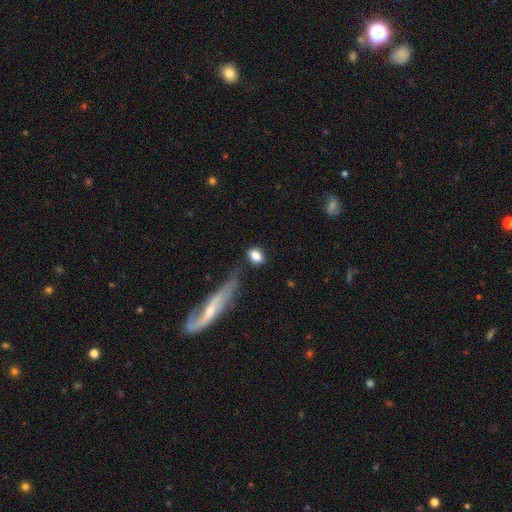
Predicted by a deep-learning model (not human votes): This appears to be a smooth galaxy with no disk features (83%) that is in between round and cigar-shaped (75%). Merging: none (71%).